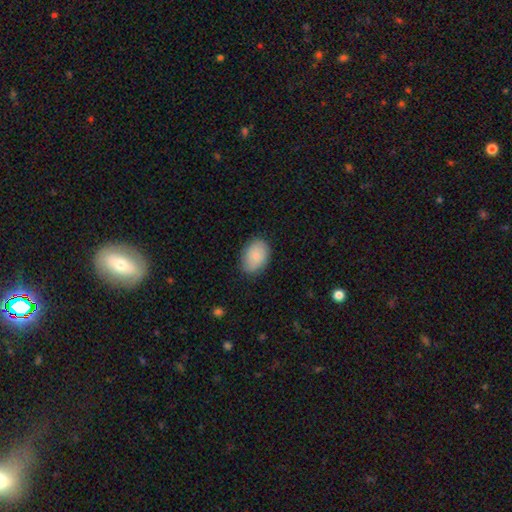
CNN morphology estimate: smooth-or-featured: smooth: 78% | featured or disk: 16% | star or artifact: 7%
  how-rounded: in between: 82% | round: 17% | cigar-shaped: 1%
  merging: none: 82% | minor disturbance: 15% | major disturbance: 3% | merger: 1%